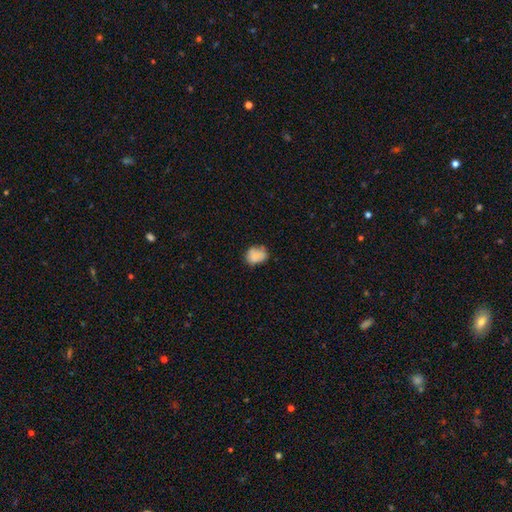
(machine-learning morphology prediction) smooth_or_featured: smooth (p=0.81) [alt: featured or disk p=0.10]
how_rounded: in between (p=0.53) [alt: round p=0.47]
merging: none (p=0.64) [alt: minor disturbance p=0.28]